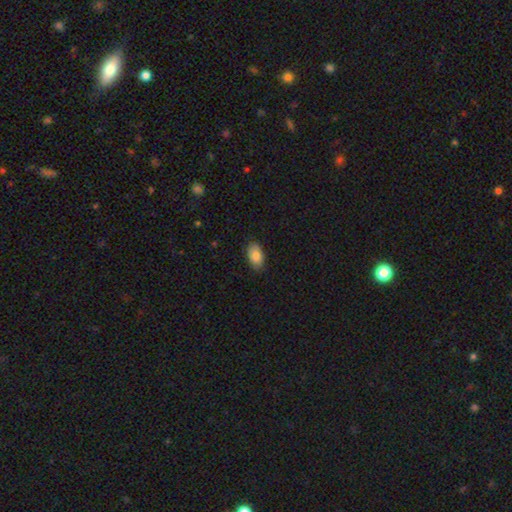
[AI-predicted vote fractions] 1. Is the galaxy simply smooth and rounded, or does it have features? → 85% smooth, 8% featured or disk, 7% star or artifact.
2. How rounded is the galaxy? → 93% in between, 6% round, 2% cigar-shaped.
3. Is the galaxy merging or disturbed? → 86% none, 11% minor disturbance, 2% major disturbance, 1% merger.